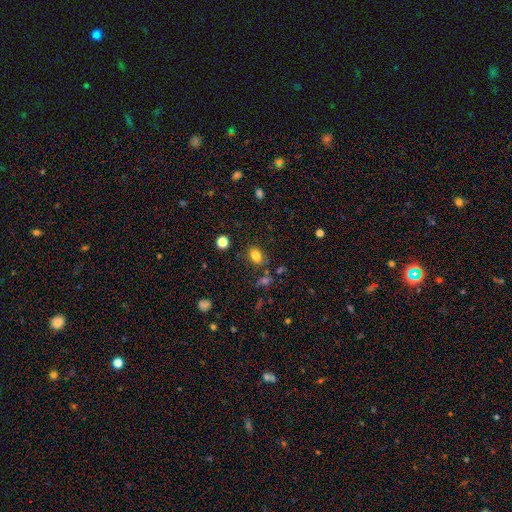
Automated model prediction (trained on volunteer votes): This is clearly a smooth galaxy (80%). How rounded: likely in between (63%). Merging: likely none (78%).